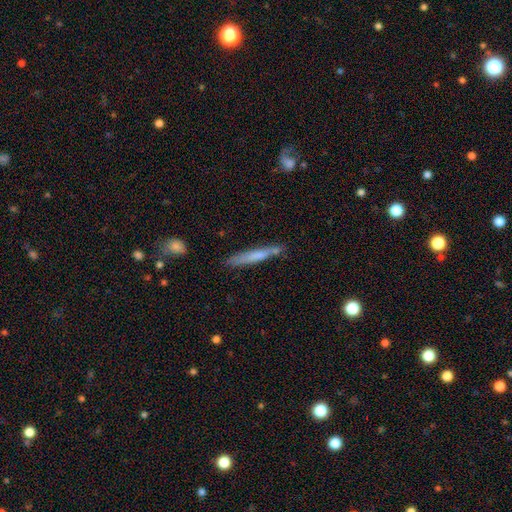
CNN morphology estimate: type=smooth (65%); roundness=cigar-shaped (94%); merging=none (73%).